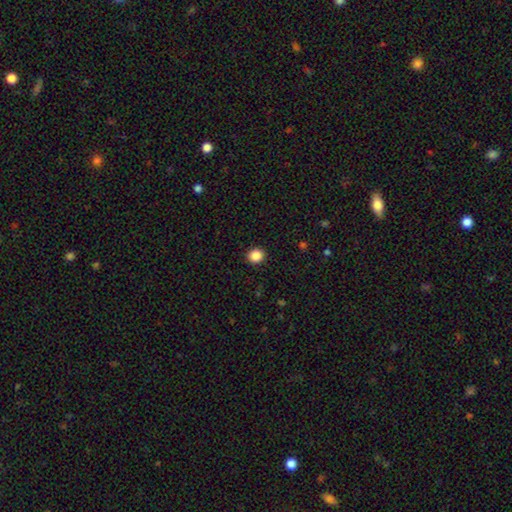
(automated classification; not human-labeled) smooth-or-featured: smooth: 87% | star or artifact: 10% | featured or disk: 3%
  how-rounded: round: 86% | in between: 13% | cigar-shaped: 1%
  merging: none: 92% | minor disturbance: 5% | major disturbance: 2% | merger: 1%